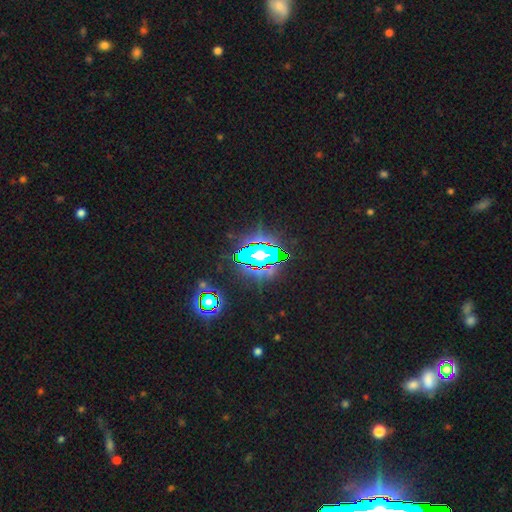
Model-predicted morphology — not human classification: Smooth or featured? star or artifact (76%)